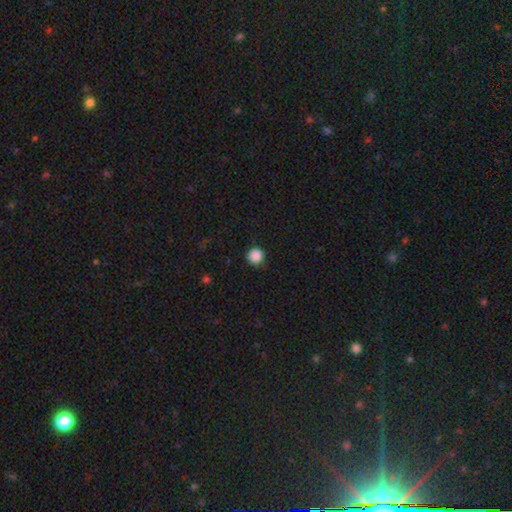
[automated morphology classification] Q: Smooth or featured?
A: smooth (87%); runner-up: star or artifact (10%)
Q: How rounded?
A: round (93%); runner-up: in between (6%)
Q: Merging?
A: none (85%); runner-up: minor disturbance (11%)